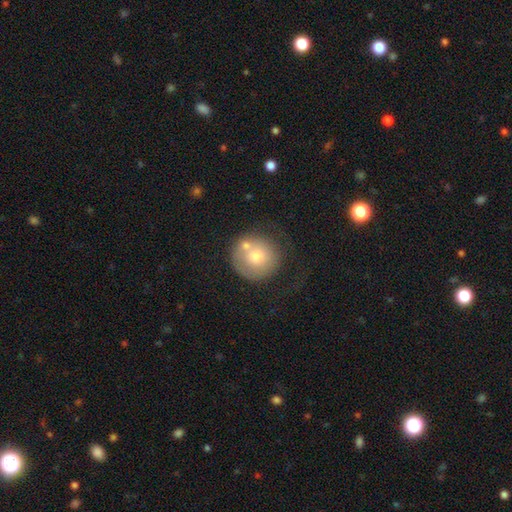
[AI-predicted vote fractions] smooth_or_featured: smooth (p=0.65) [alt: featured or disk p=0.27]
how_rounded: round (p=0.92) [alt: in between p=0.07]
merging: none (p=0.52) [alt: merger p=0.20]